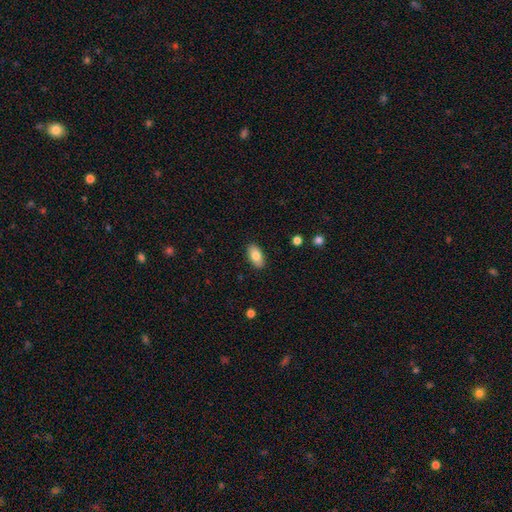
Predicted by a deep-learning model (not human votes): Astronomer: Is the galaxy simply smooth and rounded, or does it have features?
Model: smooth — 80%.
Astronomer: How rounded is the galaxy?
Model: in between — 93%.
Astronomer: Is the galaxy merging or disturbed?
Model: none — 89%.